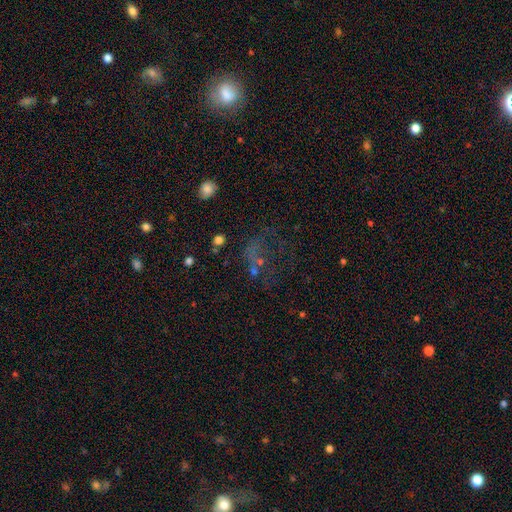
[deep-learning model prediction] The model was most divided on "smooth or featured": star or artifact: 39%, featured or disk: 32%, smooth: 29%.